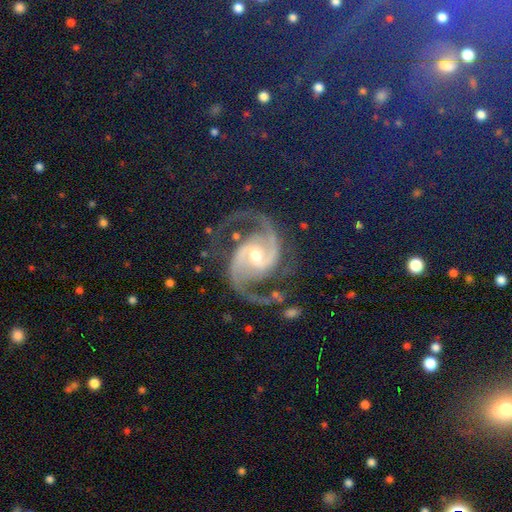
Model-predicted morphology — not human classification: A featured or disk galaxy (93%) with no bar (43%), 2 (93%) medium (64%) spiral arms (99%) and a moderate central bulge (58%).

Vote fractions:
- Smooth or featured? featured or disk: 93% / star or artifact: 5% / smooth: 2%
- Edge-on disk? no: 98% / yes: 2%
- Bar? no: 43% / weak: 40% / strong: 17%
- Spiral arms? yes: 99% / no: 1%
- Spiral winding? medium: 64% / loose: 19% / tight: 17%
- Spiral arm count? 2: 93% / 3: 2% / can't tell: 1% / 1: 1% / 4: 1% / more than 4: 1%
- Bulge size? moderate: 58% / small: 37% / large: 3% / none: 1% / dominant: 1%
- Merging? none: 76% / minor disturbance: 14% / major disturbance: 8% / merger: 2%